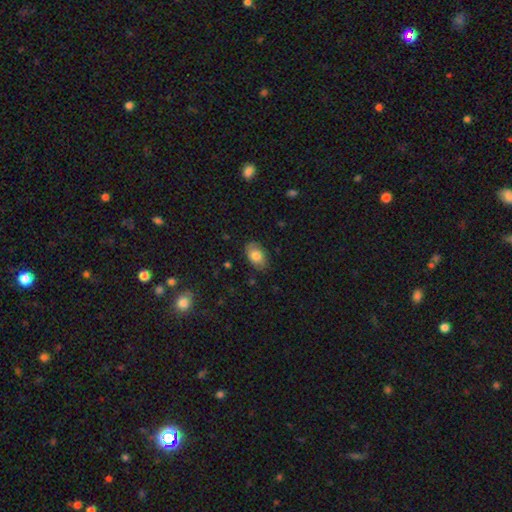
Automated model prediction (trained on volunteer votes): Overall: smooth (79%). How rounded: in between (91%). Merging: none (82%).